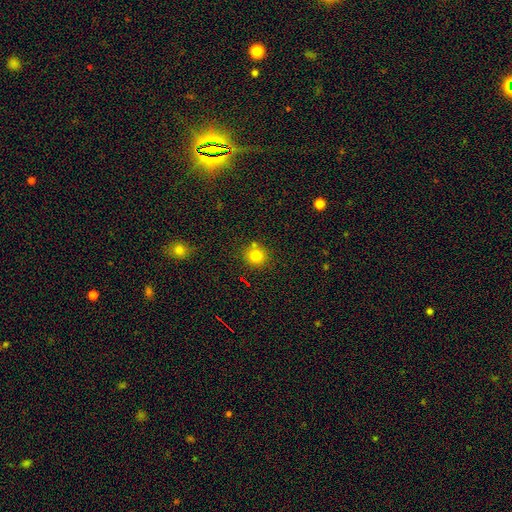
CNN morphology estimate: Overall: smooth (79%). How rounded: round (91%). Merging: none (77%).